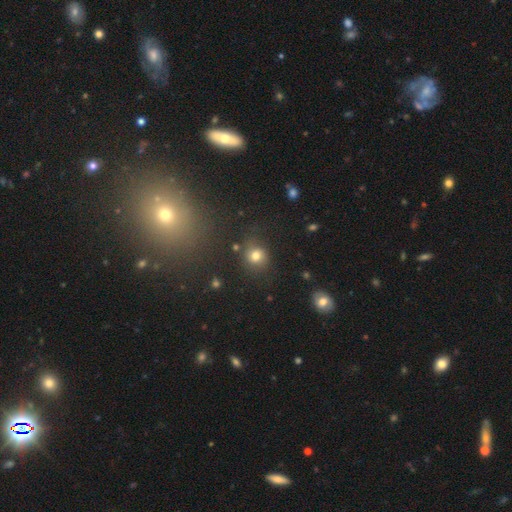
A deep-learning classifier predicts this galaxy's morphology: This is likely a smooth galaxy (75%). How rounded: clearly round (80%). Merging: likely none (71%).